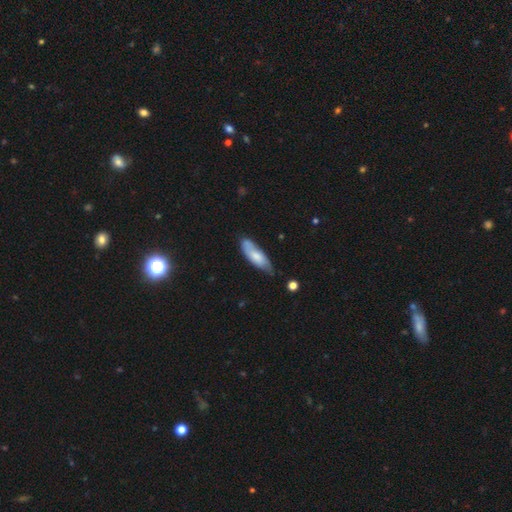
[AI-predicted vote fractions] Smooth or featured? smooth (67%)
How rounded? in between (61%)
Merging? none (58%)